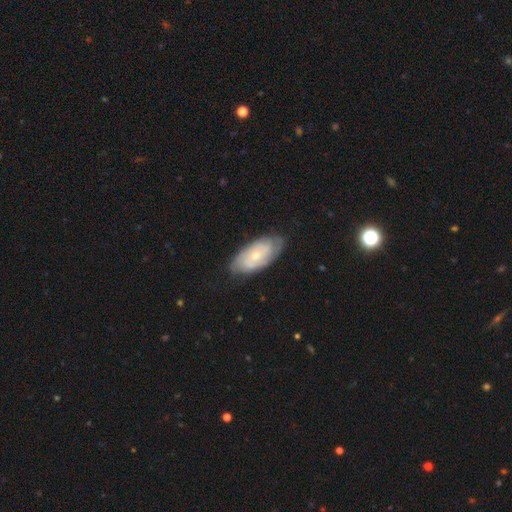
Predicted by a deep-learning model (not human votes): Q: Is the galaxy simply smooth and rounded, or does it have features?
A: featured or disk — 63%.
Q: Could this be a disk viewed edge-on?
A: no — 92%.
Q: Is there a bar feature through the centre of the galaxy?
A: no — 77%.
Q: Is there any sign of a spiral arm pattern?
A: yes — 81%.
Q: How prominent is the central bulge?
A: small — 61%.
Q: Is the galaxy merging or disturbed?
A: none — 77%.